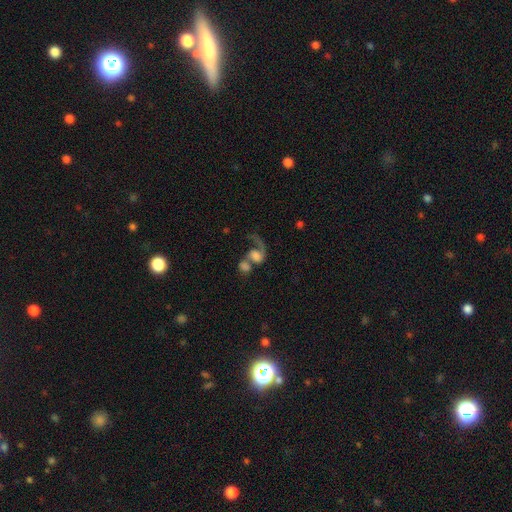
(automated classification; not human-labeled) The model was most divided on "bulge size": none: 27%, large: 26%, moderate: 22%, small: 15%, dominant: 10%. More confident: edge-on disk — no (97%); spiral arms — yes (76%); bar — no (70%); merging — merger (59%); smooth or featured — featured or disk (54%).